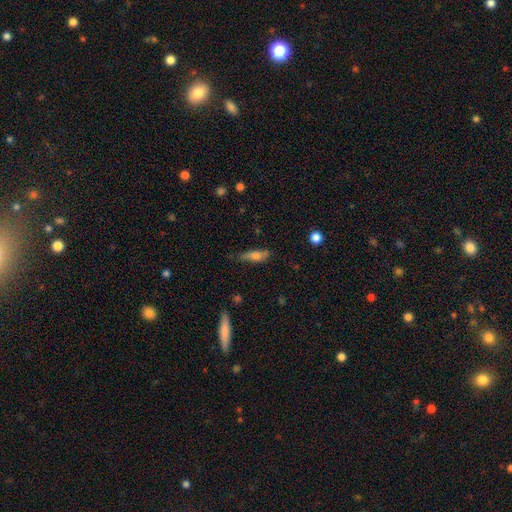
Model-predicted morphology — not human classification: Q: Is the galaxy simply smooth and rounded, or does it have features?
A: smooth — 68%.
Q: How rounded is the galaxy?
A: in between — 55%.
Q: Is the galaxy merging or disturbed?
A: none — 61%.